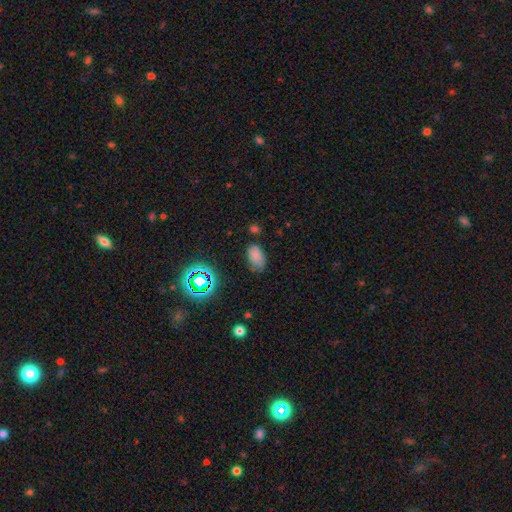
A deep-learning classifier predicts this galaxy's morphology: A smooth galaxy with no disk features (75%) that is in between round and cigar-shaped (92%). Merging: none (73%).